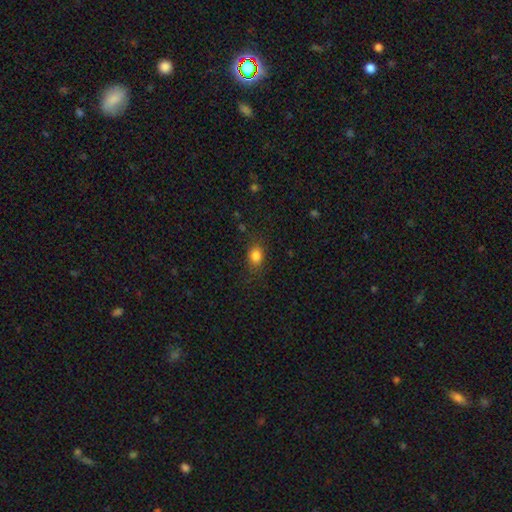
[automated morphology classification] Overall: smooth (83%). How rounded: in between (58%; round 41%). Merging: none (81%).